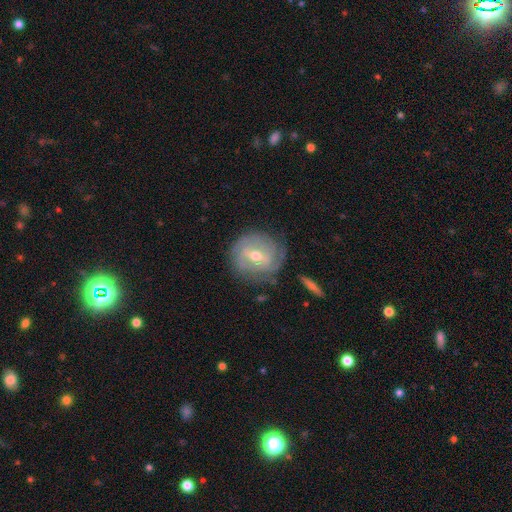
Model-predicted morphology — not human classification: Smooth or featured? featured or disk (79%)
Edge-on disk? no (96%)
Bar? weak (54%)
Spiral arms? yes (88%)
Spiral winding? tight (67%)
Spiral arm count? can't tell (39%)
Bulge size? moderate (64%)
Merging? none (75%)